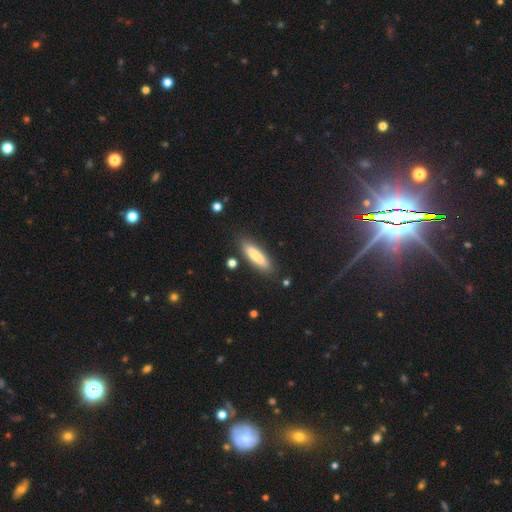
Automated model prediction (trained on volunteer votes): Smooth or featured? Predicted: smooth (p=0.77). How rounded? Predicted: cigar-shaped (p=0.65). Merging? Predicted: none (p=0.85).